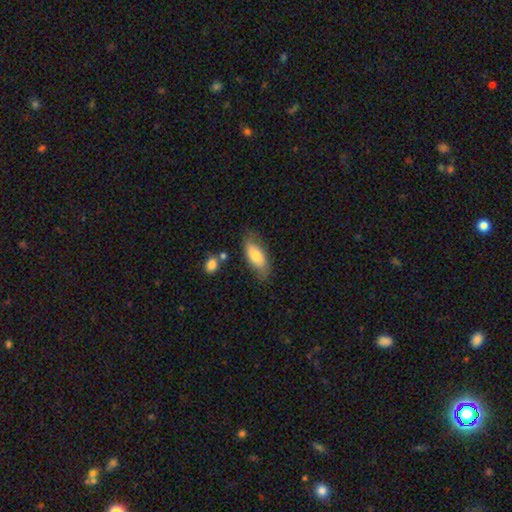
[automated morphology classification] This appears to be a smooth galaxy with no disk features (69%) that is in between round and cigar-shaped (85%). Merging: none (72%).